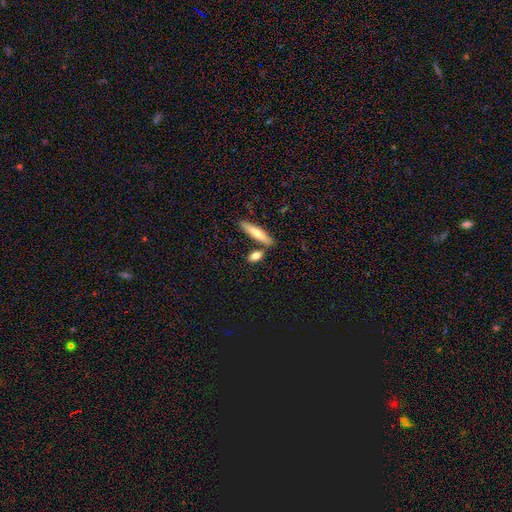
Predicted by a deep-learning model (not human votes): This is likely a smooth galaxy (78%). How rounded: possibly in between (53%). Merging: likely none (72%).